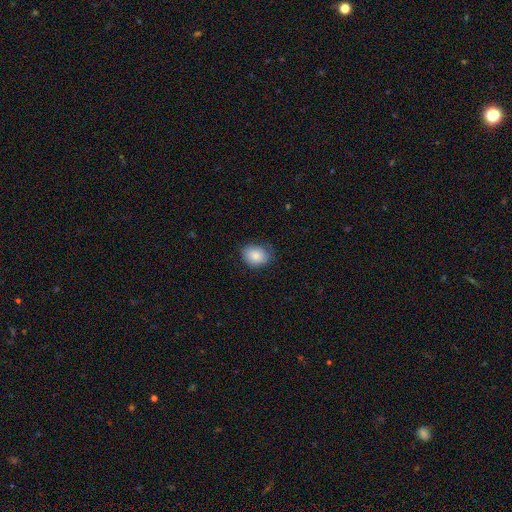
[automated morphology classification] This appears to be a smooth galaxy with no disk features (85%) that is in between round and cigar-shaped (56%). Merging: none (75%).